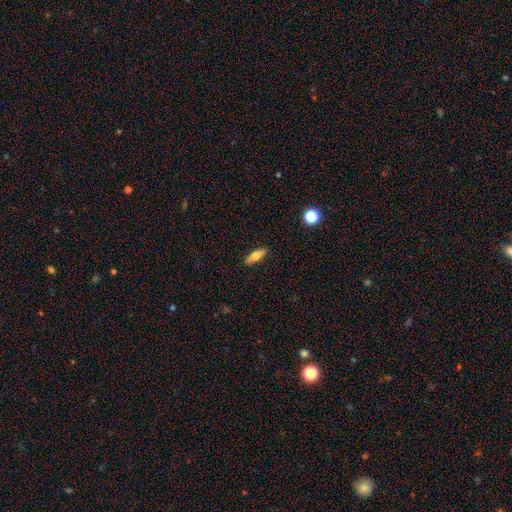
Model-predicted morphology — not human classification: Smooth or featured? Predicted: smooth (p=0.70). How rounded? Predicted: in between (p=0.62). Merging? Predicted: none (p=0.89).